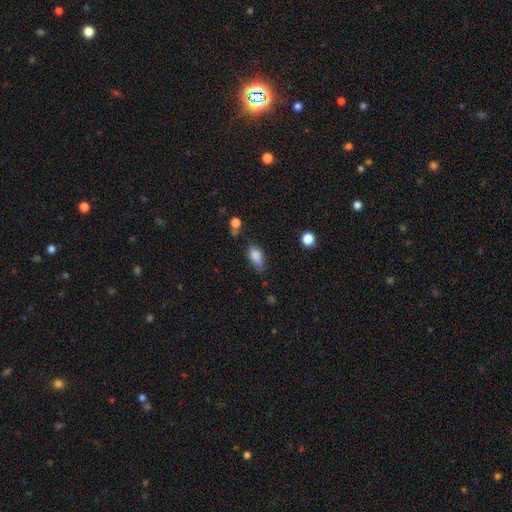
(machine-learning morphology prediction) This is clearly a smooth galaxy (82%). How rounded: clearly in between (84%). Merging: possibly none (57%).